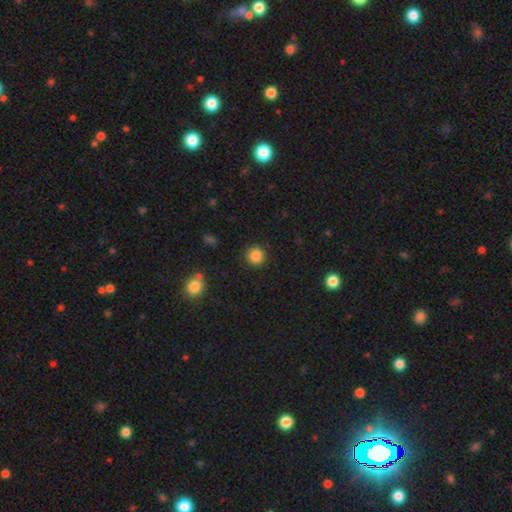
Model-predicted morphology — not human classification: The model was most divided on "smooth or featured": smooth: 86%, star or artifact: 11%, featured or disk: 4%. More confident: how rounded — round (93%); merging — none (90%).